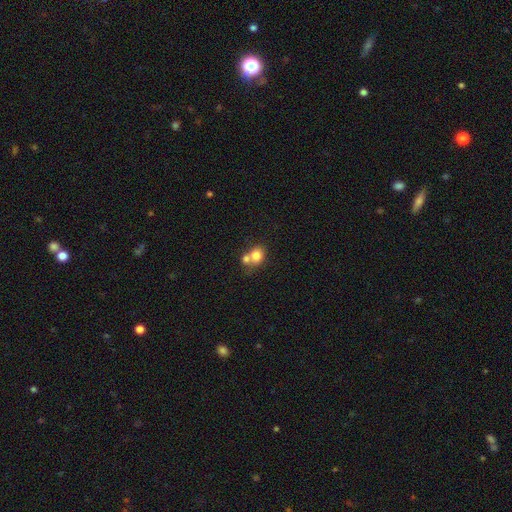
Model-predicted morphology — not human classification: Smooth or featured?
  - smooth: 78% *
  - featured or disk: 12%
  - star or artifact: 10%
How rounded?
  - round: 59% *
  - in between: 40%
  - cigar-shaped: 1%
Merging?
  - merger: 53% *
  - none: 35%
  - minor disturbance: 9%
  - major disturbance: 4%